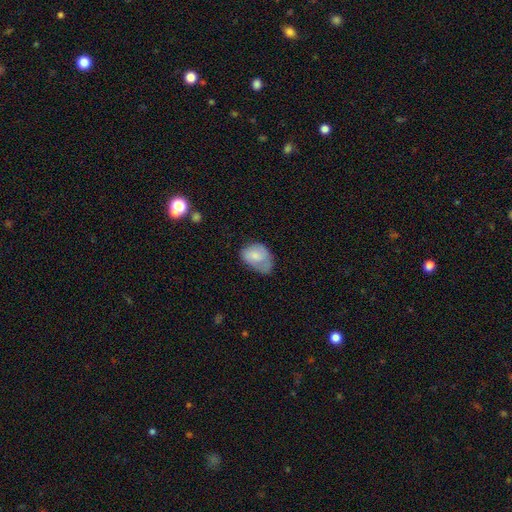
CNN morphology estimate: A smooth galaxy with no disk features (74%) that is in between round and cigar-shaped (79%). Merging: minor disturbance (41%).